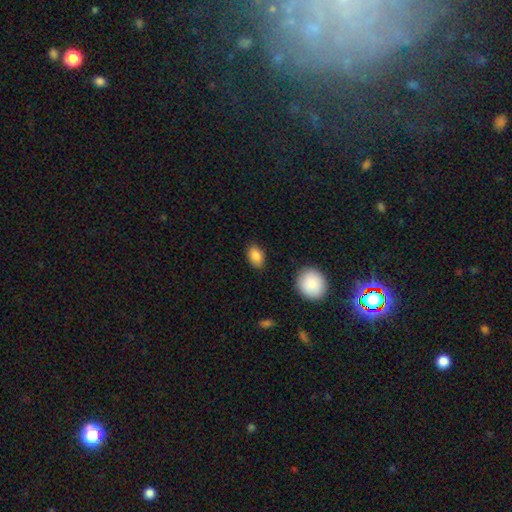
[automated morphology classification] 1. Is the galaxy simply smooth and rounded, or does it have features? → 87% smooth, 8% star or artifact, 5% featured or disk.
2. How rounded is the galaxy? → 86% in between, 13% round, 2% cigar-shaped.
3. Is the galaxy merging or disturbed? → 85% none, 11% minor disturbance, 3% major disturbance, 2% merger.